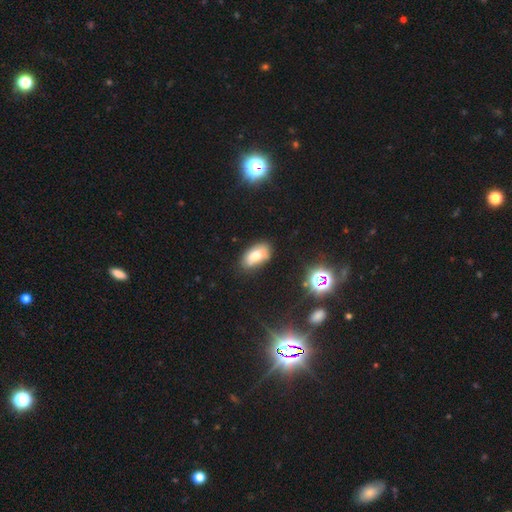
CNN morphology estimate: type=smooth (73%); roundness=in between (93%); merging=none (73%).